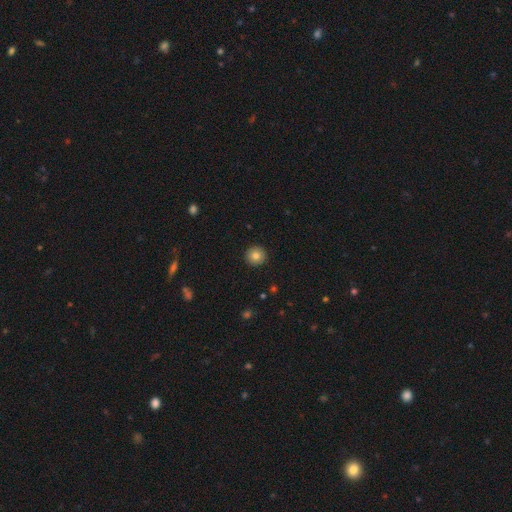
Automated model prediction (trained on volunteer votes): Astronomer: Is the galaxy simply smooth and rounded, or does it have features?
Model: smooth — 82%.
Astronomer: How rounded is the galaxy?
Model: round — 95%.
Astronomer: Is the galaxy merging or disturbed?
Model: none — 93%.